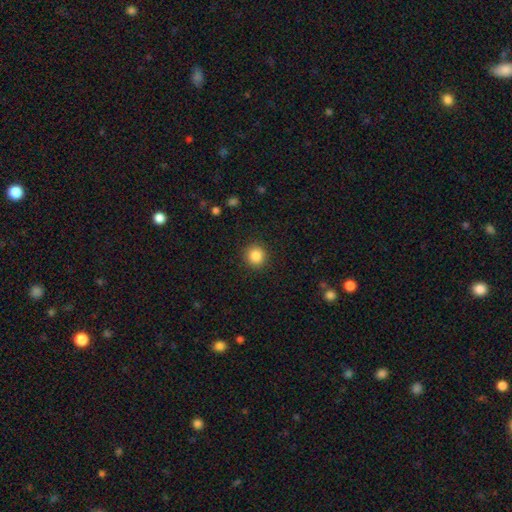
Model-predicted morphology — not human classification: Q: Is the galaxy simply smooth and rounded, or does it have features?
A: smooth — 86%.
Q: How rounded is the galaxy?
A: round — 93%.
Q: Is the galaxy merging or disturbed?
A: none — 91%.